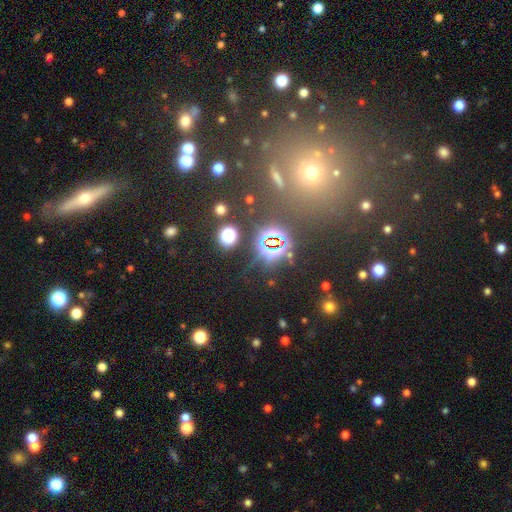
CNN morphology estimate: smooth-or-featured: star or artifact: 56% | smooth: 30% | featured or disk: 14%